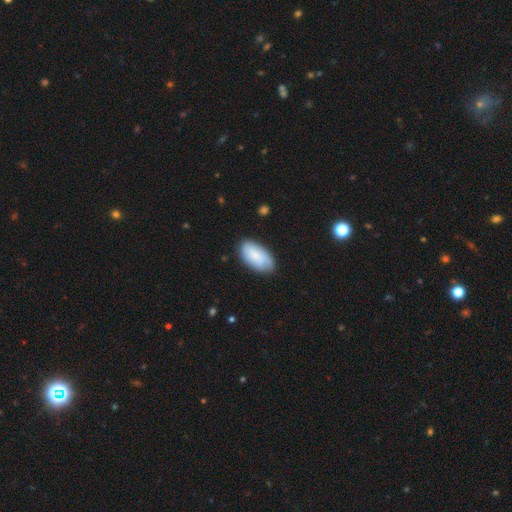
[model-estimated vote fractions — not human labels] A smooth galaxy with no disk features (78%) that is in between round and cigar-shaped (95%).

Vote fractions:
- Smooth or featured? smooth: 78% / featured or disk: 16% / star or artifact: 6%
- How rounded? in between: 95% / round: 3% / cigar-shaped: 2%
- Merging? none: 76% / minor disturbance: 19% / major disturbance: 4% / merger: 1%